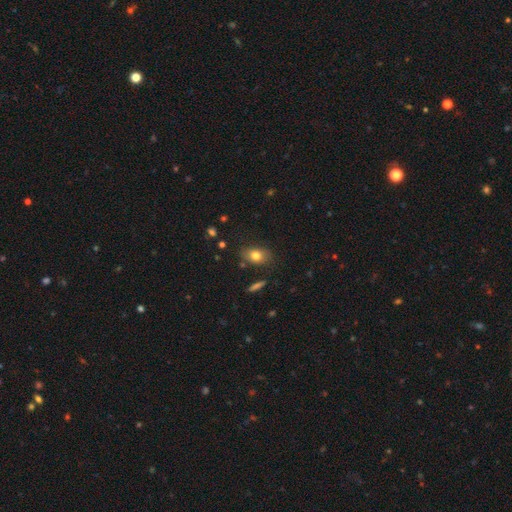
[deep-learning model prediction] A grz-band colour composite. It shows a smooth galaxy with no disk features (78%) that is in between round and cigar-shaped (77%). Merging: none (80%).